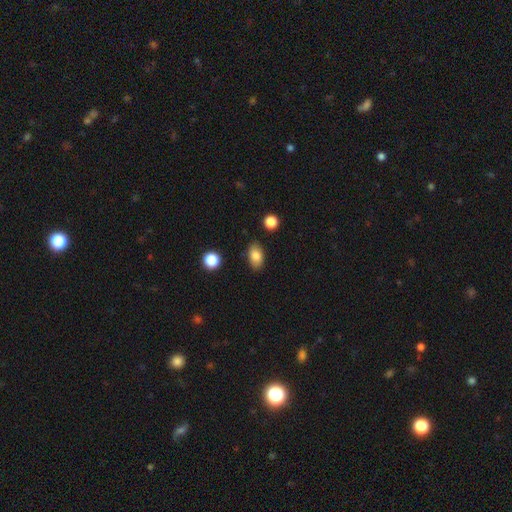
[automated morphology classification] Overall: smooth (83%). How rounded: in between (89%). Merging: none (85%).